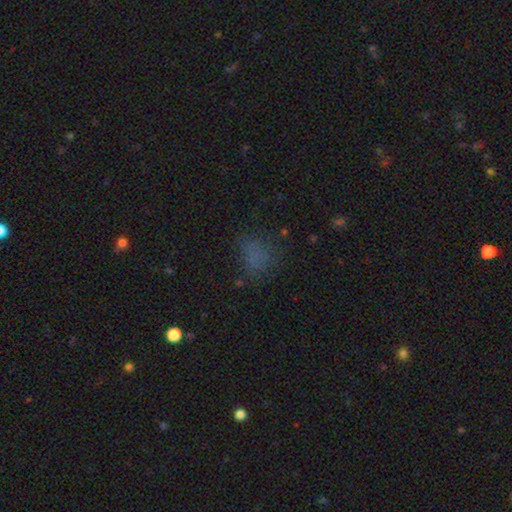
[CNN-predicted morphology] A smooth galaxy with no disk features (64%) that is in between round and cigar-shaped (54%). Merging: none (64%).